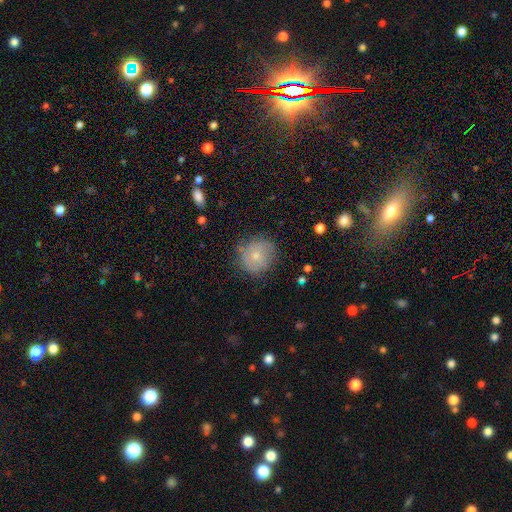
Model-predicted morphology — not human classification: This appears to be a smooth galaxy with no disk features (65%) that is round (88%). Merging: none (72%).